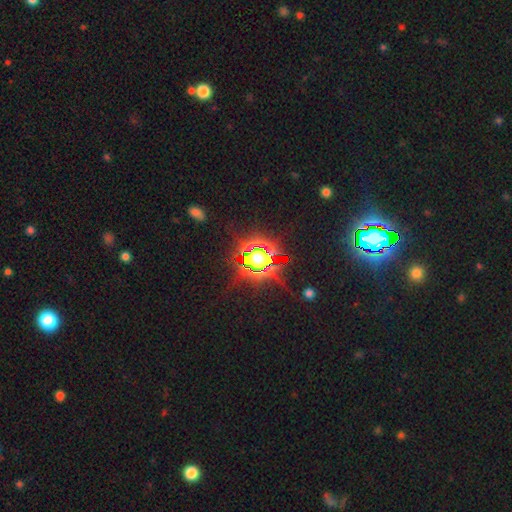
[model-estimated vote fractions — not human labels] Smooth or featured?
  - star or artifact: 71% *
  - smooth: 18%
  - featured or disk: 11%